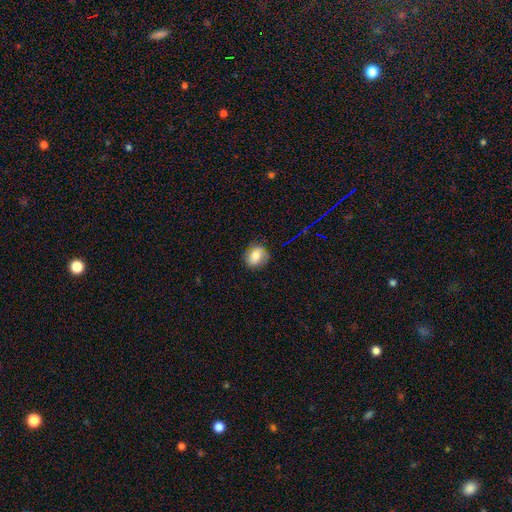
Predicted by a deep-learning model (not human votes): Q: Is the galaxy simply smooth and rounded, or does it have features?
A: smooth — 68%.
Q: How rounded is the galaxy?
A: round — 70%.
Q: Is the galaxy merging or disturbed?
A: none — 78%.